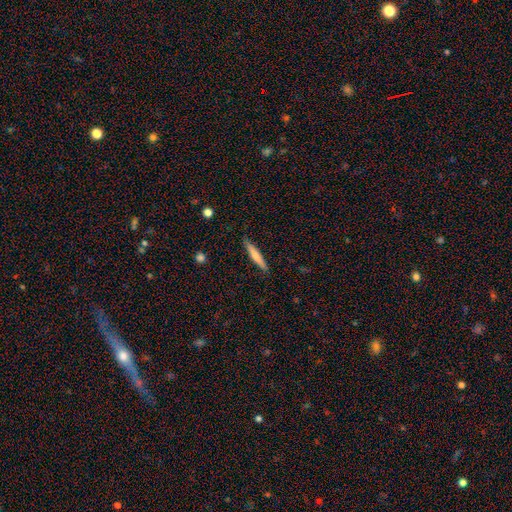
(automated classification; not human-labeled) Overall: smooth (66%; featured or disk 28%). How rounded: cigar-shaped (94%). Merging: none (88%).